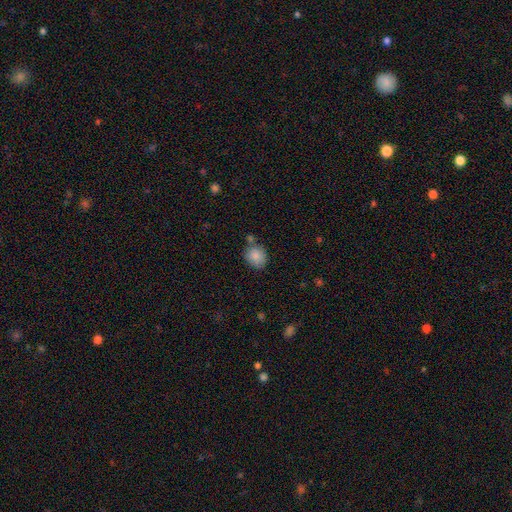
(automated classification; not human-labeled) Smooth or featured?
  - smooth: 85% *
  - star or artifact: 8%
  - featured or disk: 7%
How rounded?
  - round: 66% *
  - in between: 33%
  - cigar-shaped: 1%
Merging?
  - none: 65% *
  - minor disturbance: 18%
  - merger: 13%
  - major disturbance: 4%